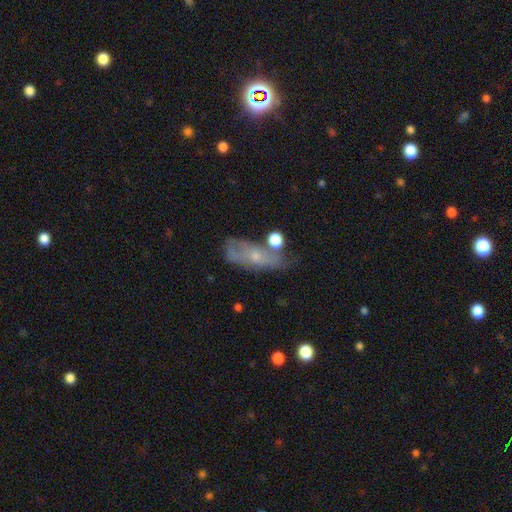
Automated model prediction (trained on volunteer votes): Smooth or featured? Predicted: featured or disk (p=0.47). Merging? Predicted: none (p=0.43).